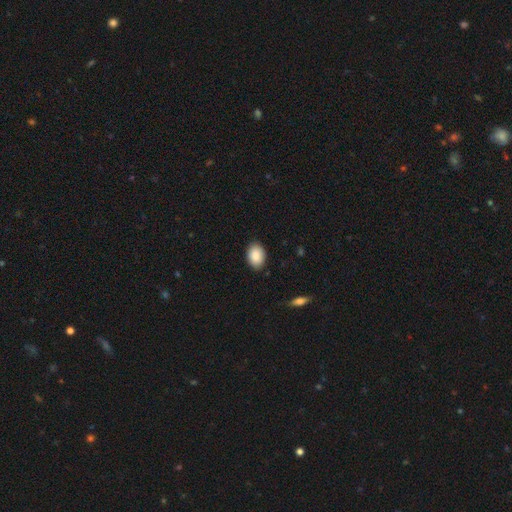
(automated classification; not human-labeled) smooth_or_featured: smooth (p=0.89) [alt: star or artifact p=0.07]
how_rounded: in between (p=0.84) [alt: round p=0.15]
merging: none (p=0.88) [alt: minor disturbance p=0.09]